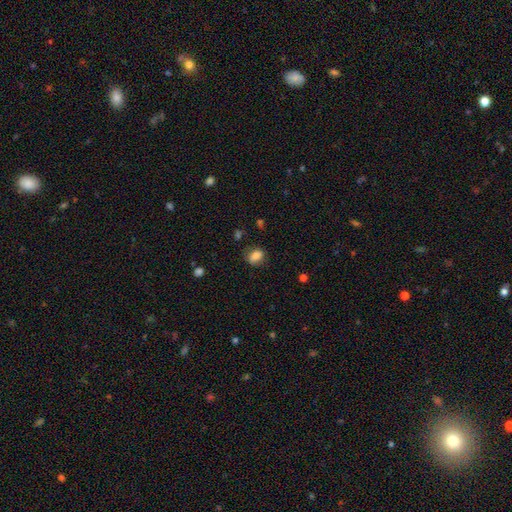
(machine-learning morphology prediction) A smooth galaxy with no disk features (78%) that is in between round and cigar-shaped (62%).

Vote fractions:
- Smooth or featured? smooth: 78% / featured or disk: 13% / star or artifact: 10%
- How rounded? in between: 62% / round: 36% / cigar-shaped: 2%
- Merging? none: 68% / minor disturbance: 22% / major disturbance: 7% / merger: 3%